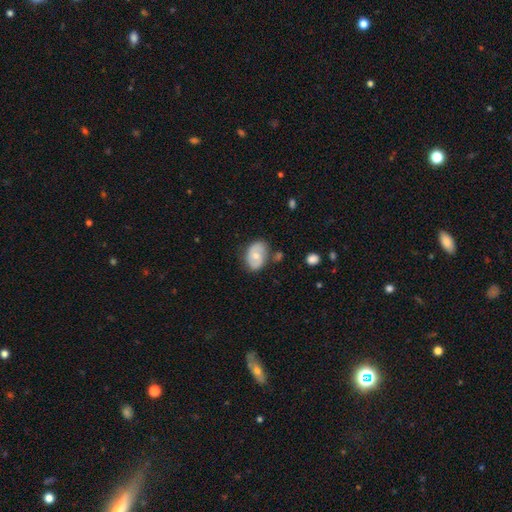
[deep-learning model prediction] Q: Smooth or featured?
A: featured or disk (49%); runner-up: smooth (44%)
Q: Merging?
A: none (68%); runner-up: minor disturbance (22%)